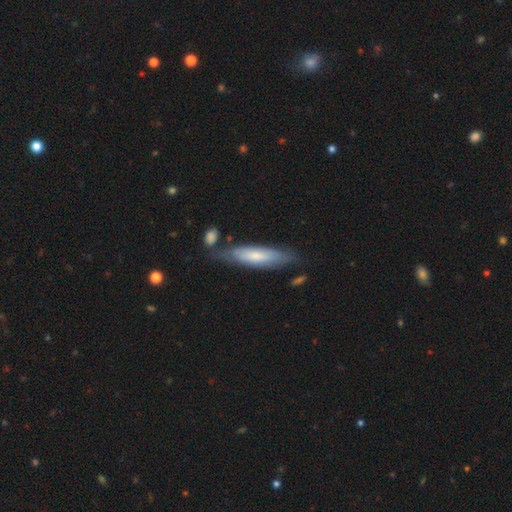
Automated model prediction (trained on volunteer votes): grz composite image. It shows a smooth galaxy with no disk features (62%) that is cigar-shaped (73%). Merging: none (70%).